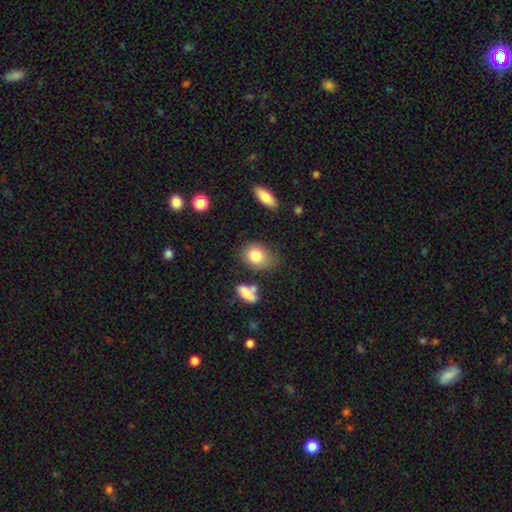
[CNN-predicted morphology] This appears to be a smooth galaxy with no disk features (81%) that is in between round and cigar-shaped (62%). Merging: none (60%).